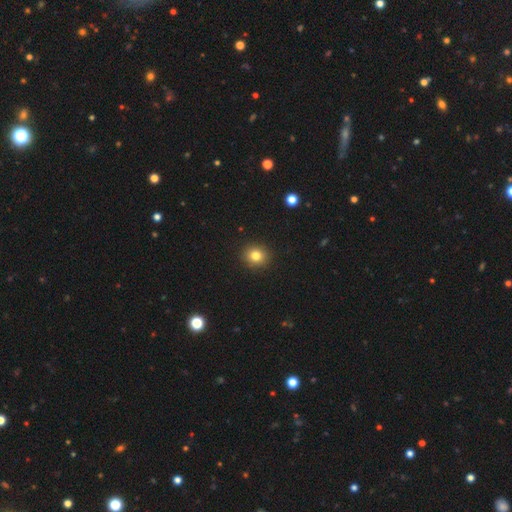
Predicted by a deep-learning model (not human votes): Smooth or featured? smooth (81%)
How rounded? round (86%)
Merging? none (92%)